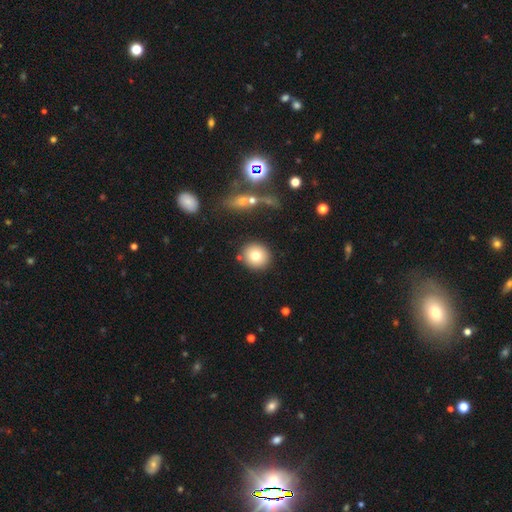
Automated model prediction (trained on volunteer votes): Smooth or featured: smooth — 77% (featured or disk — 13%)
How rounded: round — 90% (in between — 9%)
Merging: none — 86% (minor disturbance — 7%)